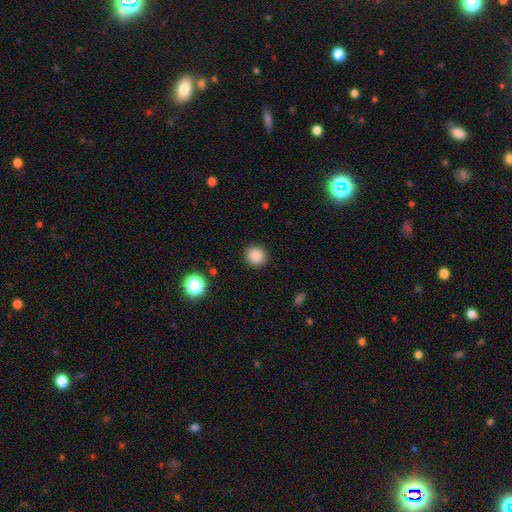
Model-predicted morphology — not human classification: smooth_or_featured: smooth (p=0.86) [alt: star or artifact p=0.11]
how_rounded: round (p=0.89) [alt: in between p=0.10]
merging: none (p=0.91) [alt: minor disturbance p=0.06]